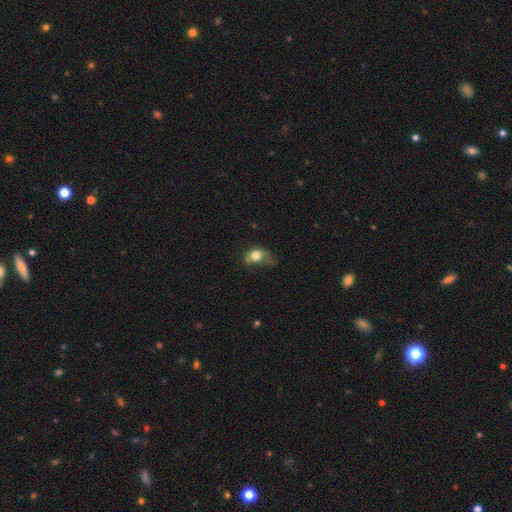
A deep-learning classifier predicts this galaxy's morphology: smooth 71%, featured or disk 19%, star or artifact 10%. Down the decision tree: how rounded — in between (62%); merging — major disturbance (43%).